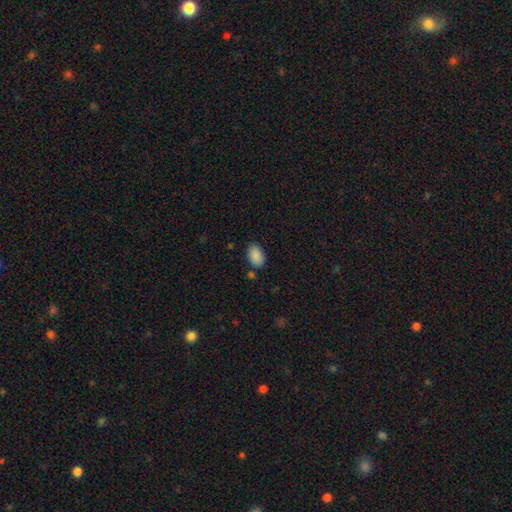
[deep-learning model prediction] Smooth or featured?
  - smooth: 89% *
  - star or artifact: 7%
  - featured or disk: 4%
How rounded?
  - in between: 90% *
  - round: 9%
  - cigar-shaped: 1%
Merging?
  - none: 76% *
  - minor disturbance: 17%
  - merger: 4%
  - major disturbance: 3%